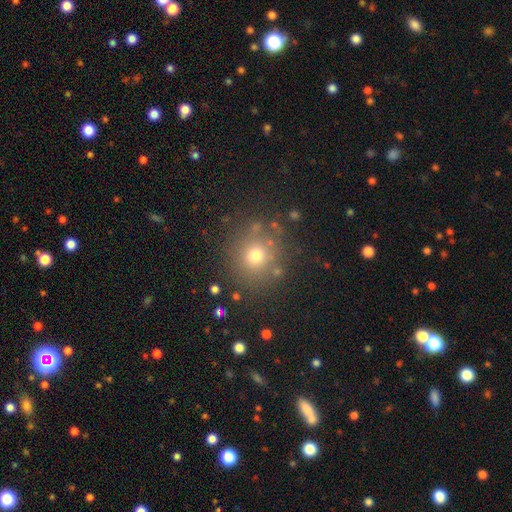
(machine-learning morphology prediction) Smooth or featured?
  - smooth: 70% *
  - star or artifact: 20%
  - featured or disk: 10%
How rounded?
  - round: 89% *
  - in between: 10%
  - cigar-shaped: 1%
Merging?
  - none: 82% *
  - minor disturbance: 10%
  - major disturbance: 4%
  - merger: 4%